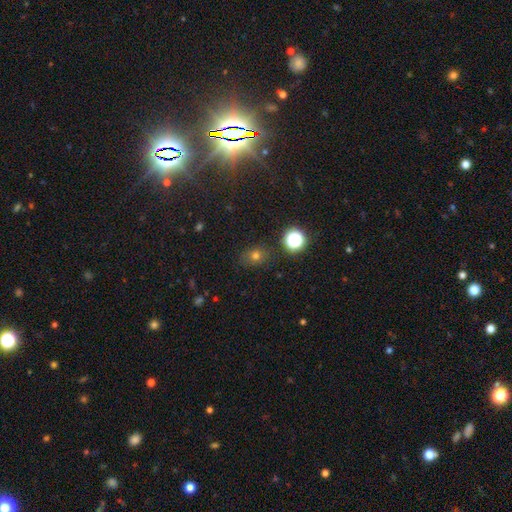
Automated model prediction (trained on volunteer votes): Smooth or featured?
  - smooth: 68% *
  - star or artifact: 23%
  - featured or disk: 9%
How rounded?
  - round: 60% *
  - in between: 39%
  - cigar-shaped: 1%
Merging?
  - none: 80% *
  - minor disturbance: 13%
  - major disturbance: 4%
  - merger: 2%